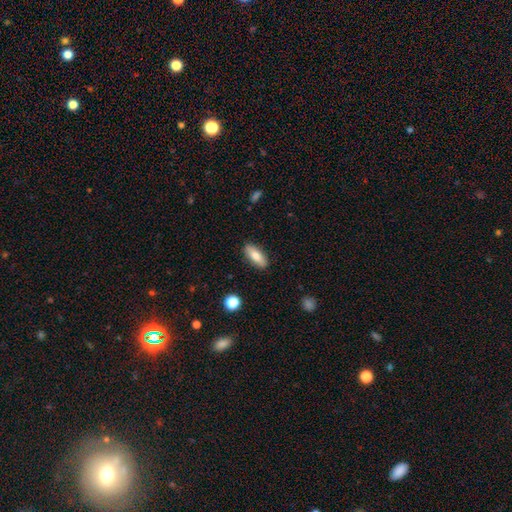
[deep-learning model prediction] Q: Smooth or featured?
A: smooth (78%); runner-up: featured or disk (15%)
Q: How rounded?
A: in between (72%); runner-up: cigar-shaped (25%)
Q: Merging?
A: none (88%); runner-up: minor disturbance (9%)